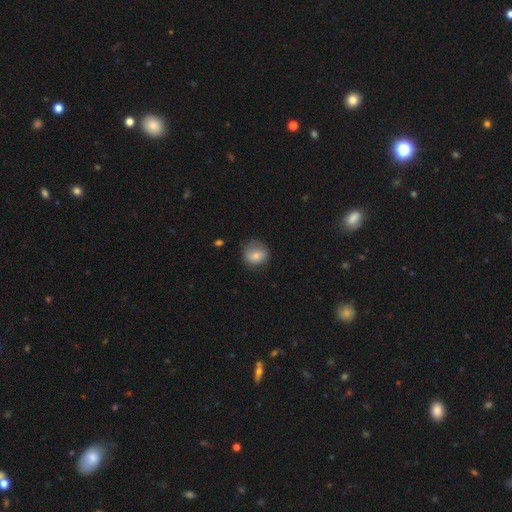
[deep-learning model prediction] This is likely a smooth galaxy (74%). How rounded: likely round (76%). Merging: likely none (68%).